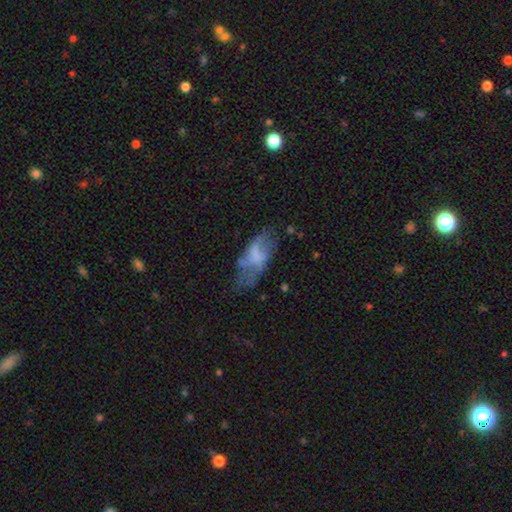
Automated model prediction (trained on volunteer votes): A smooth galaxy with no disk features (46%).

Vote fractions:
- Smooth or featured? smooth: 46% / featured or disk: 44% / star or artifact: 10%
- Merging? none: 41% / minor disturbance: 28% / major disturbance: 26% / merger: 4%